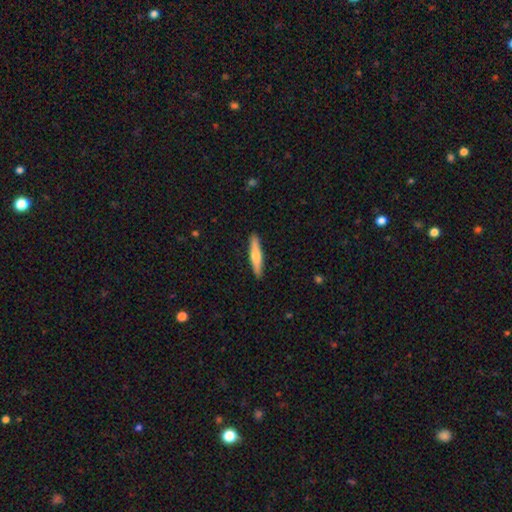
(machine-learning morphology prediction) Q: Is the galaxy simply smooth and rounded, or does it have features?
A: smooth — 54%.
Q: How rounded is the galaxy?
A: cigar-shaped — 89%.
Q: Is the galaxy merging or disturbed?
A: none — 90%.